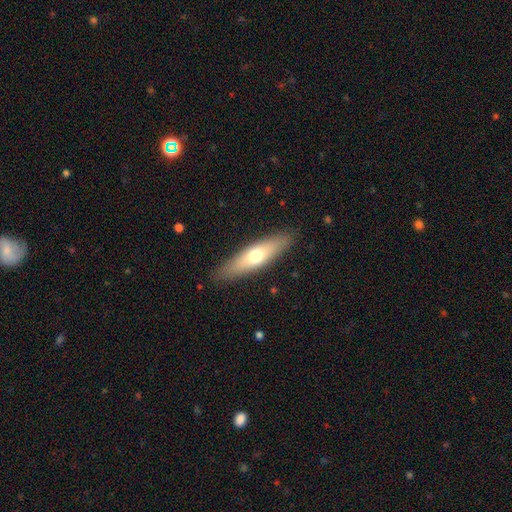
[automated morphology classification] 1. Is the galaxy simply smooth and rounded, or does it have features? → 58% smooth, 36% featured or disk, 6% star or artifact.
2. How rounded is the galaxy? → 65% cigar-shaped, 33% in between, 2% round.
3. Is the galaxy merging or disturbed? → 87% none, 9% minor disturbance, 2% major disturbance, 1% merger.